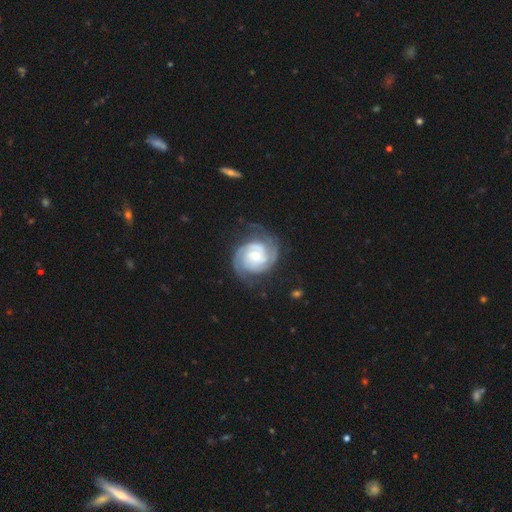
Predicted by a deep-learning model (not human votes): A featured or disk galaxy (89%) with no bar (56%), 2 (53%) tight (64%) spiral arms (98%) and a moderate central bulge (51%). Merging: none (69%).